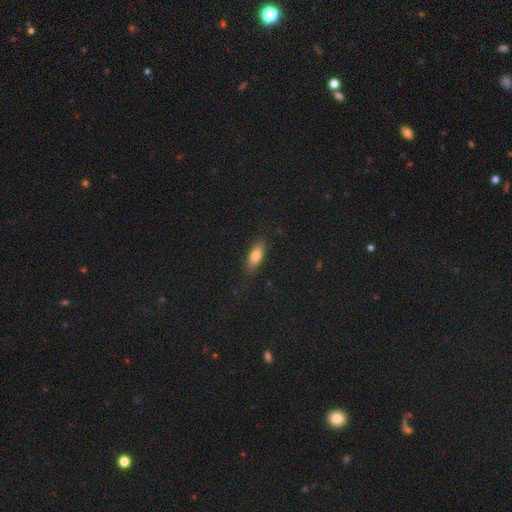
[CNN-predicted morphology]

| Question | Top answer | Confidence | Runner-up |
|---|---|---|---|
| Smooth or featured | smooth | 78% | featured or disk (14%) |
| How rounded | in between | 76% | cigar-shaped (20%) |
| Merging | none | 80% | minor disturbance (15%) |